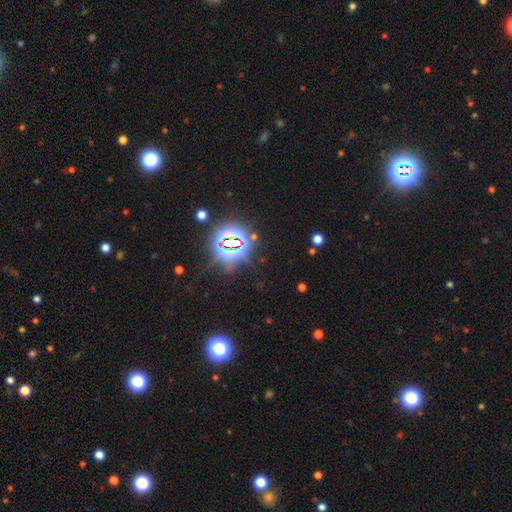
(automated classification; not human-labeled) smooth-or-featured: star or artifact: 81% | smooth: 12% | featured or disk: 7%